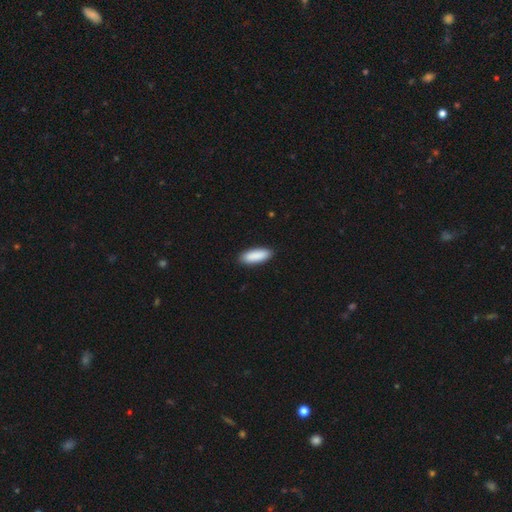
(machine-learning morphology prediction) Smooth or featured? Predicted: smooth (p=0.90). How rounded? Predicted: in between (p=0.66). Merging? Predicted: none (p=0.90).